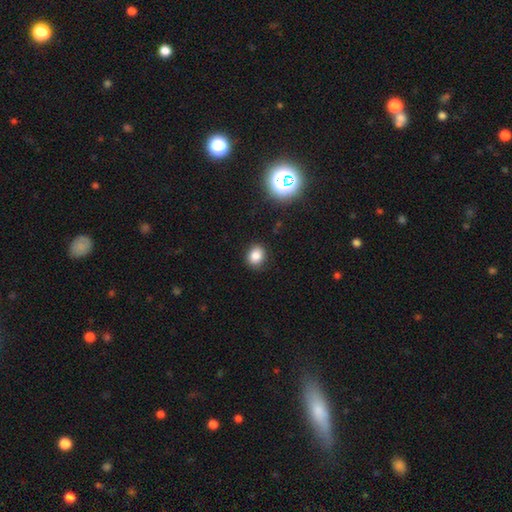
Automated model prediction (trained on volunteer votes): This appears to be a smooth galaxy with no disk features (82%) that is round (63%). Merging: none (85%).